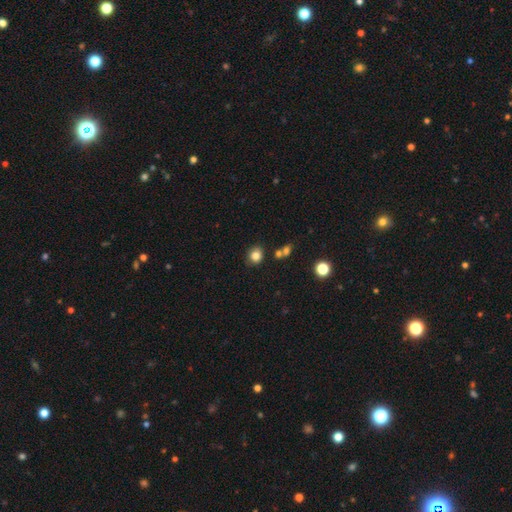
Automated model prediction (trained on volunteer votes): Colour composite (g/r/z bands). It shows a smooth galaxy with no disk features (82%) that is round (76%). Merging: none (79%).